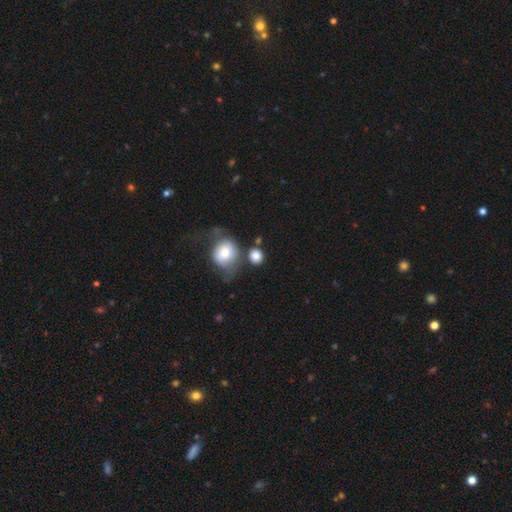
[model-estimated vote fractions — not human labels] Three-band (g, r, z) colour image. It shows a smooth galaxy with no disk features (82%) that is round (81%). Merging: none (63%).